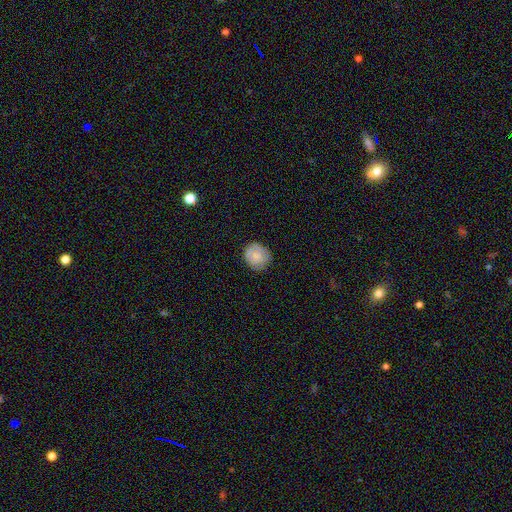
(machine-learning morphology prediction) Smooth or featured: smooth — 78% (featured or disk — 15%)
How rounded: round — 84% (in between — 15%)
Merging: none — 79% (minor disturbance — 17%)